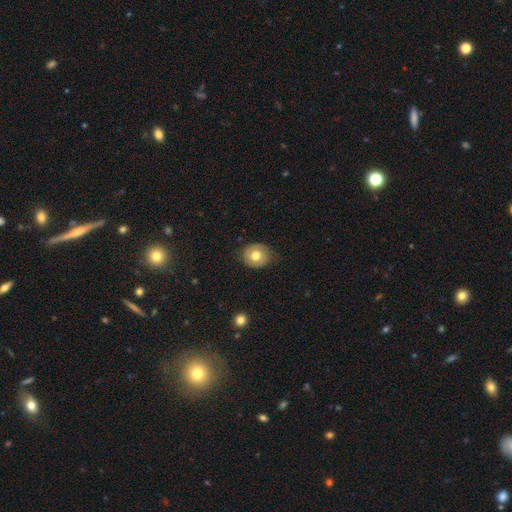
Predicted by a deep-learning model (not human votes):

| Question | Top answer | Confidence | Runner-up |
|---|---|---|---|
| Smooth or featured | smooth | 68% | featured or disk (24%) |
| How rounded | round | 75% | in between (24%) |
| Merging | none | 76% | minor disturbance (18%) |